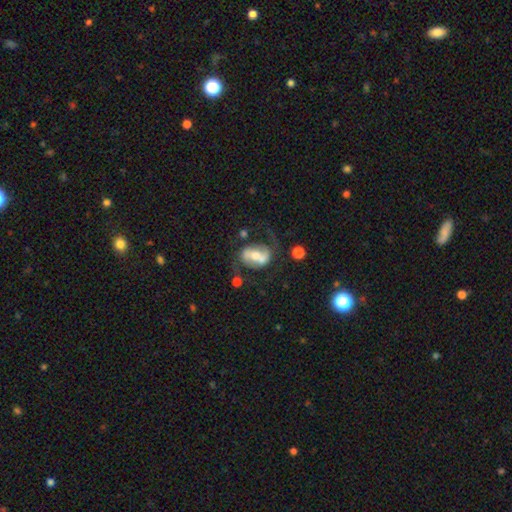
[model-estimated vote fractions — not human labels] smooth-or-featured: featured or disk: 65% | smooth: 28% | star or artifact: 8%
  disk-edge-on: no: 95% | yes: 5%
    bar: no: 36% | strong: 32% | weak: 32%
    has-spiral-arms: yes: 74% | no: 26%
    bulge-size: moderate: 61% | small: 27% | large: 8% | none: 3% | dominant: 2%
  merging: none: 46% | minor disturbance: 20% | major disturbance: 19% | merger: 16%